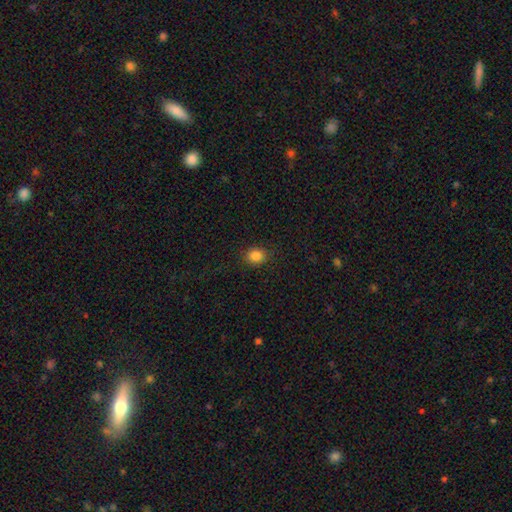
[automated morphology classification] smooth-or-featured: smooth: 85% | star or artifact: 11% | featured or disk: 4%
  how-rounded: round: 69% | in between: 30% | cigar-shaped: 1%
  merging: none: 90% | minor disturbance: 7% | major disturbance: 2% | merger: 1%